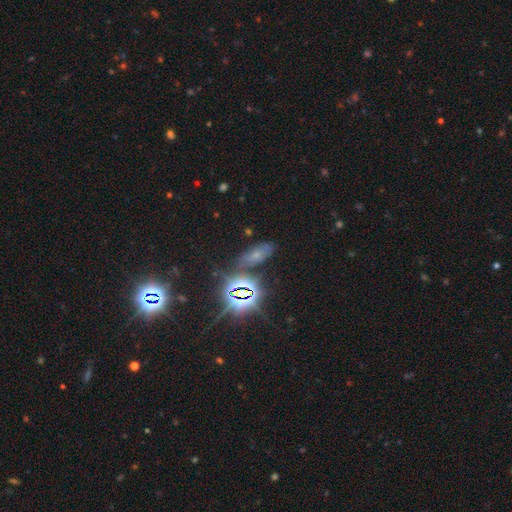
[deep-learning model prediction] The model was most divided on "smooth or featured": star or artifact: 51%, smooth: 26%, featured or disk: 22%.